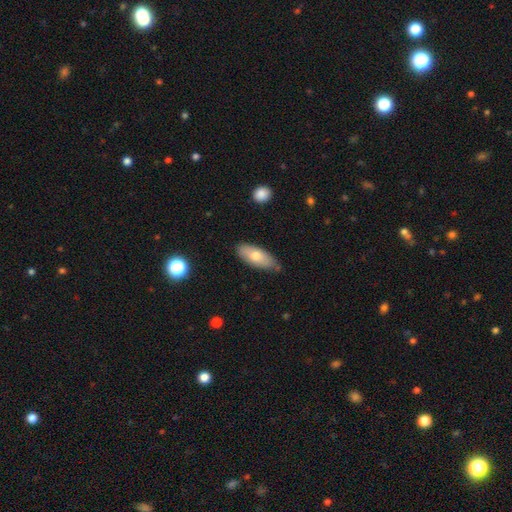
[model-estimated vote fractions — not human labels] Smooth or featured: smooth — 72% (featured or disk — 22%)
How rounded: in between — 80% (cigar-shaped — 17%)
Merging: none — 75% (minor disturbance — 19%)